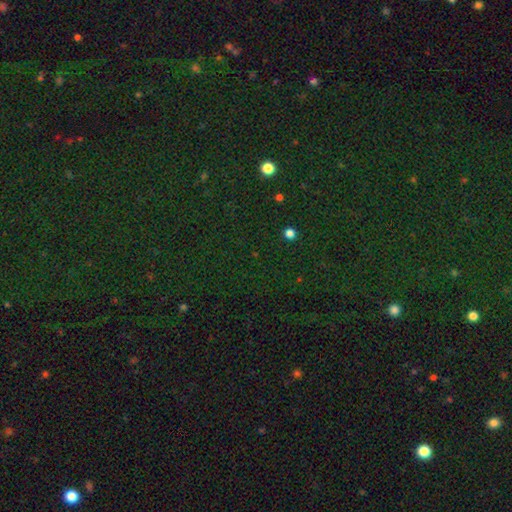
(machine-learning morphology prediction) Smooth or featured?
  - star or artifact: 78% *
  - smooth: 15%
  - featured or disk: 7%